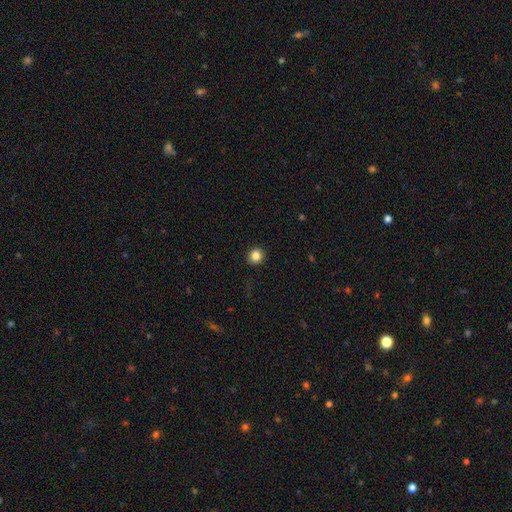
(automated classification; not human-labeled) Q: Smooth or featured?
A: smooth (84%); runner-up: star or artifact (11%)
Q: How rounded?
A: round (88%); runner-up: in between (11%)
Q: Merging?
A: none (92%); runner-up: minor disturbance (5%)